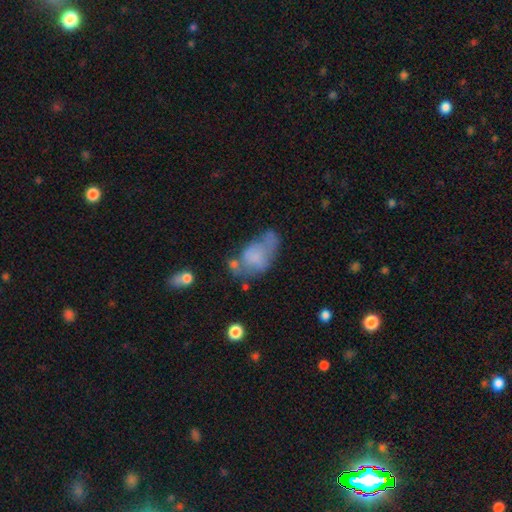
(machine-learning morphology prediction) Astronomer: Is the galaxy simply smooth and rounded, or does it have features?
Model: smooth — 55% (runner-up: featured or disk, 35%).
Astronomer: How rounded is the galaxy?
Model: in between — 88%.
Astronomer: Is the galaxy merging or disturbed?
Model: major disturbance — 28% (runner-up: minor disturbance, 26%).